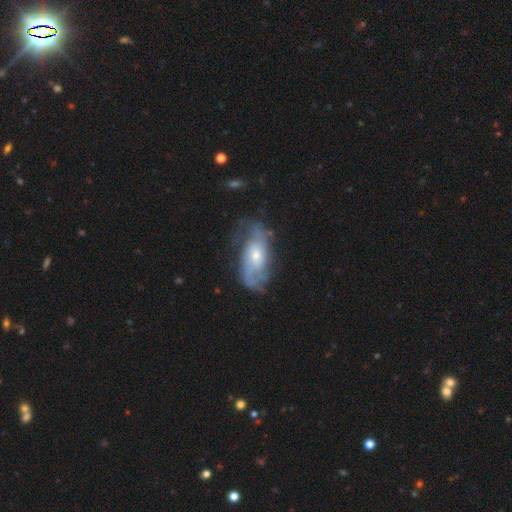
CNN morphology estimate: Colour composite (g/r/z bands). It shows a featured or disk galaxy (75%) with no bar (65%), 2 (61%) medium (41%) spiral arms (88%) and a small central bulge (50%). Merging: none (62%).